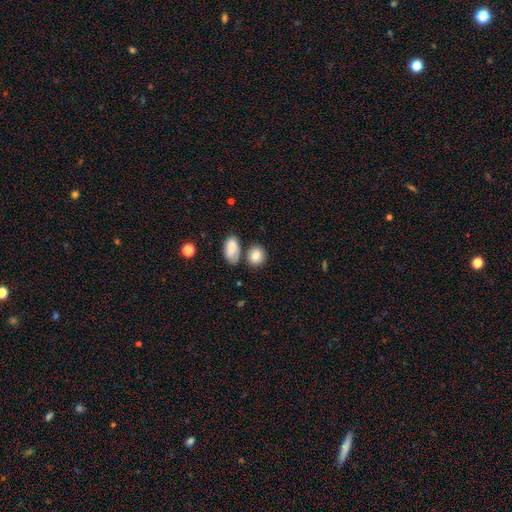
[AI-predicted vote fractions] A smooth galaxy with no disk features (84%) that is round (59%). Merging: none (65%).